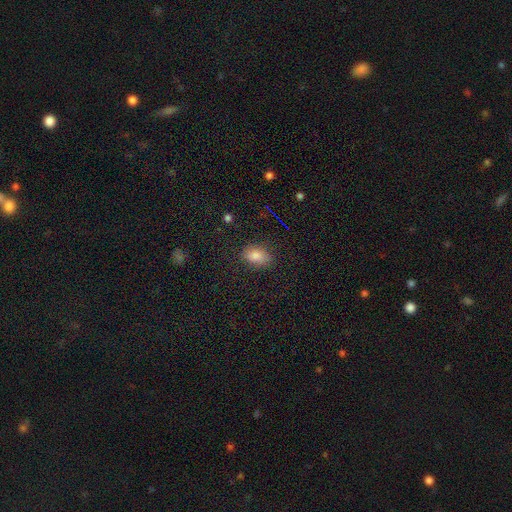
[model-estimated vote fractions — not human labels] This appears to be a smooth galaxy with no disk features (81%) that is in between round and cigar-shaped (81%). Merging: none (80%).